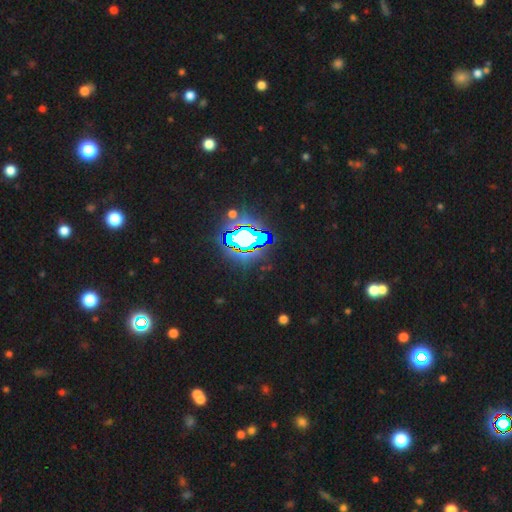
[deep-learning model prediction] Overall: star or artifact (82%).